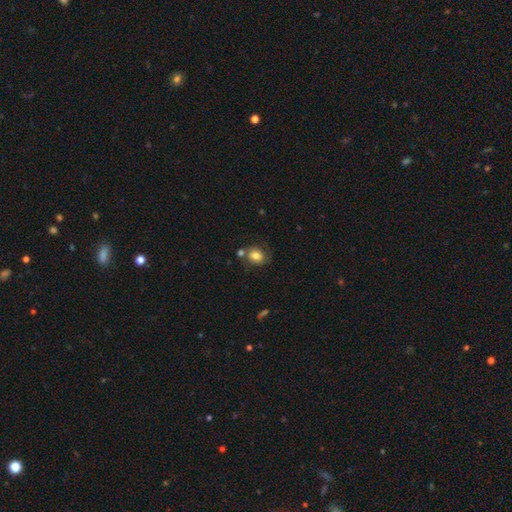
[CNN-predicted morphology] The model was most divided on "how rounded": in between: 51%, round: 48%, cigar-shaped: 1%. More confident: smooth or featured — smooth (76%); merging — none (53%).